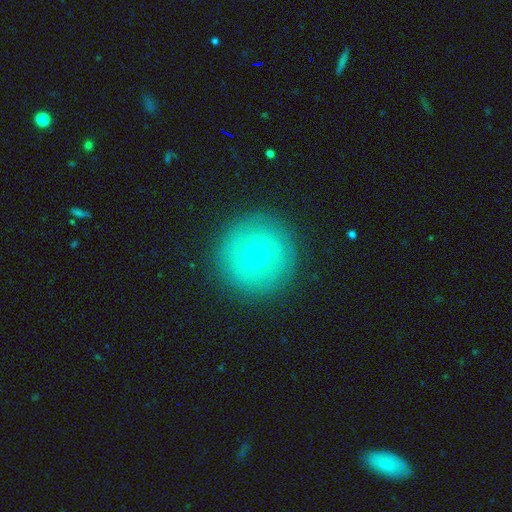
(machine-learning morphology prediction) Smooth or featured: smooth — 58% (featured or disk — 28%)
How rounded: round — 96% (in between — 3%)
Merging: none — 89% (minor disturbance — 7%)